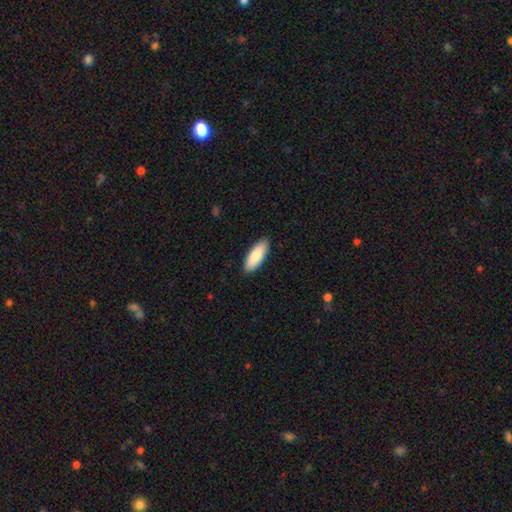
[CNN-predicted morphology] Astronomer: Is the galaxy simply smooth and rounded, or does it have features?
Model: smooth — 86%.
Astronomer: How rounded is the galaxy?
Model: in between — 71%.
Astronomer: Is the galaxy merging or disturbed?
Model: none — 90%.